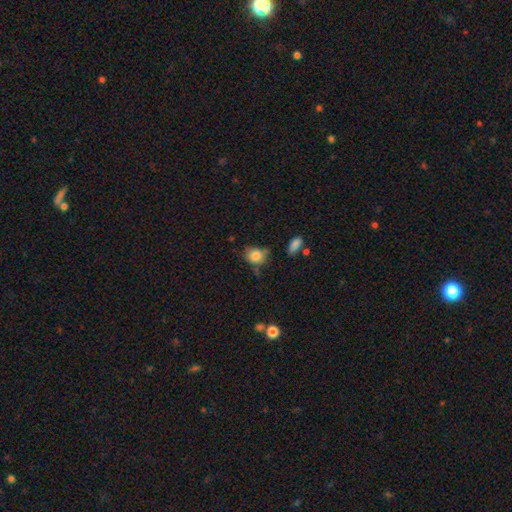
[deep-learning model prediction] Overall: smooth (83%). How rounded: round (64%; in between 35%). Merging: none (61%; minor disturbance 25%).